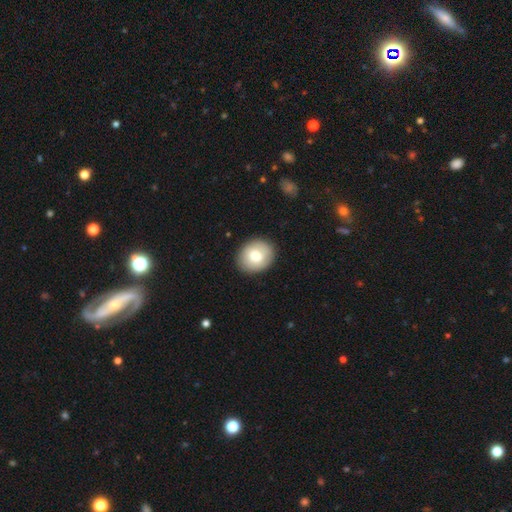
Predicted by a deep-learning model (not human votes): Smooth or featured?
  - smooth: 74% *
  - featured or disk: 19%
  - star or artifact: 7%
How rounded?
  - round: 65% *
  - in between: 34%
  - cigar-shaped: 1%
Merging?
  - none: 88% *
  - minor disturbance: 8%
  - major disturbance: 2%
  - merger: 1%